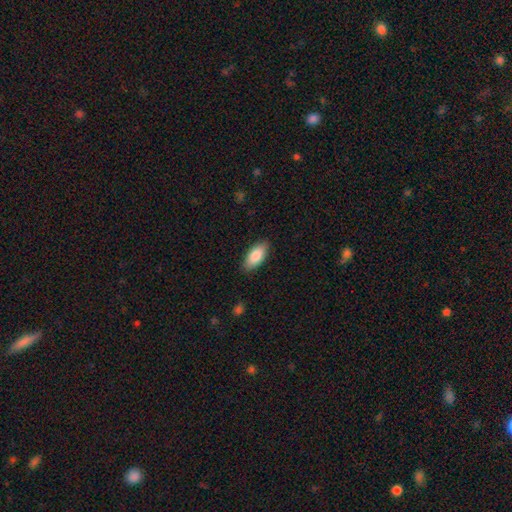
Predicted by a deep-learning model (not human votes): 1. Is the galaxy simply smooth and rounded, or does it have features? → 85% smooth, 9% featured or disk, 6% star or artifact.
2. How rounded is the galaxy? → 88% in between, 10% cigar-shaped, 2% round.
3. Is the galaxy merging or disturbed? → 86% none, 10% minor disturbance, 2% major disturbance, 1% merger.